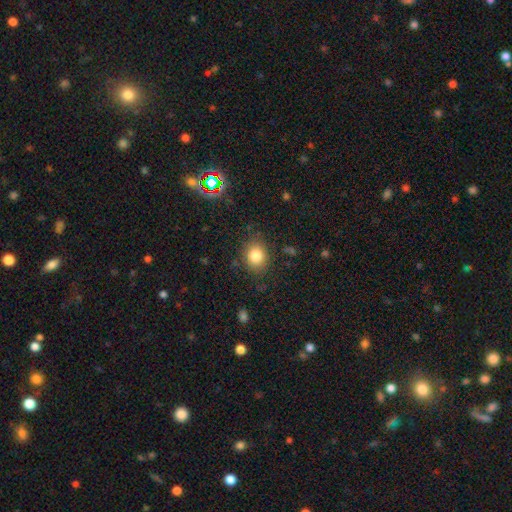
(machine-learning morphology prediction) type=smooth (83%); roundness=round (58%); merging=none (82%).